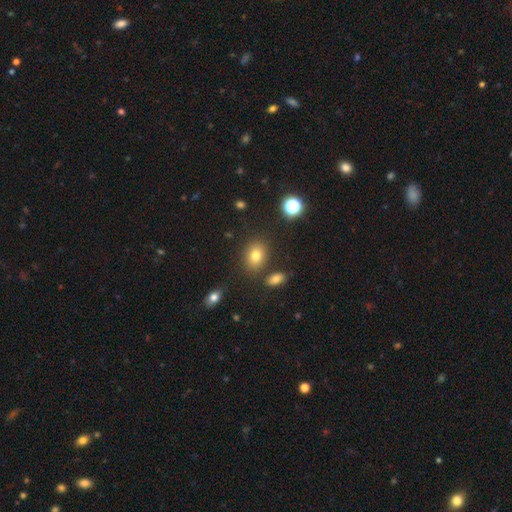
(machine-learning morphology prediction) Smooth or featured?
  - smooth: 78% *
  - star or artifact: 13%
  - featured or disk: 9%
How rounded?
  - in between: 59% *
  - round: 39%
  - cigar-shaped: 1%
Merging?
  - none: 80% *
  - minor disturbance: 10%
  - merger: 6%
  - major disturbance: 3%